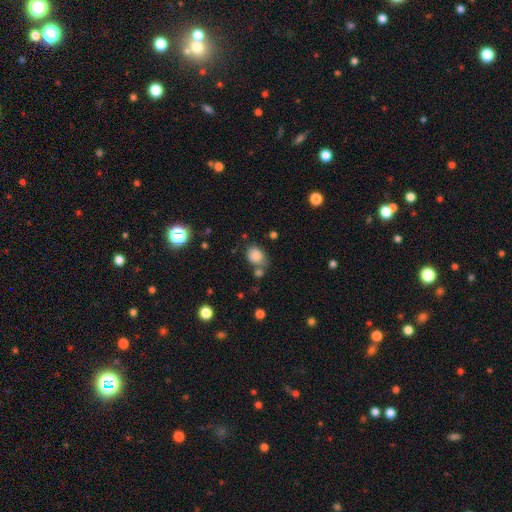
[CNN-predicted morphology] A smooth galaxy with no disk features (82%) that is in between round and cigar-shaped (53%). Merging: none (58%).